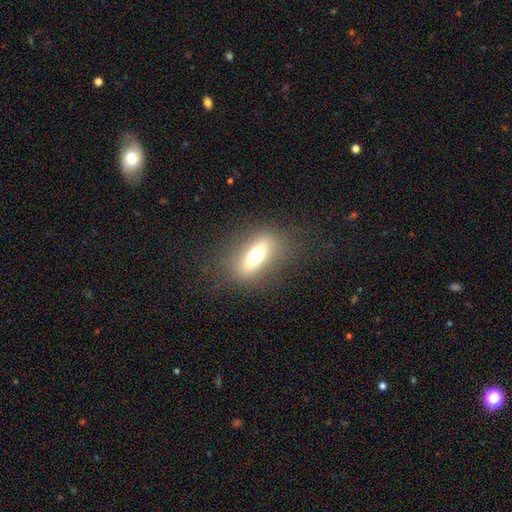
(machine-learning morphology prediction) Q: Smooth or featured?
A: smooth (51%); runner-up: featured or disk (39%)
Q: How rounded?
A: in between (51%); runner-up: cigar-shaped (43%)
Q: Merging?
A: none (81%); runner-up: minor disturbance (11%)